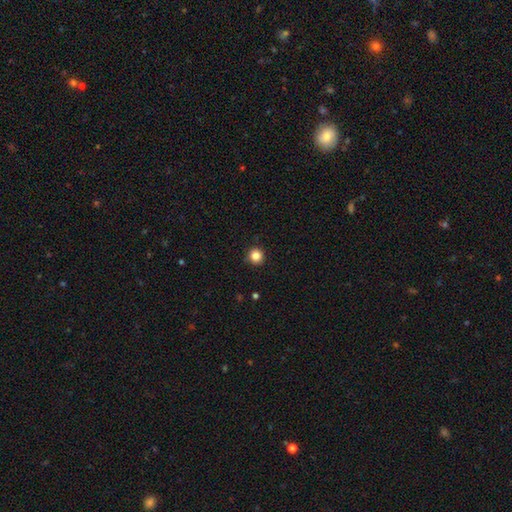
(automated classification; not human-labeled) smooth-or-featured: smooth: 84% | star or artifact: 12% | featured or disk: 4%
  how-rounded: round: 94% | in between: 5% | cigar-shaped: 1%
  merging: none: 91% | minor disturbance: 6% | major disturbance: 2% | merger: 1%